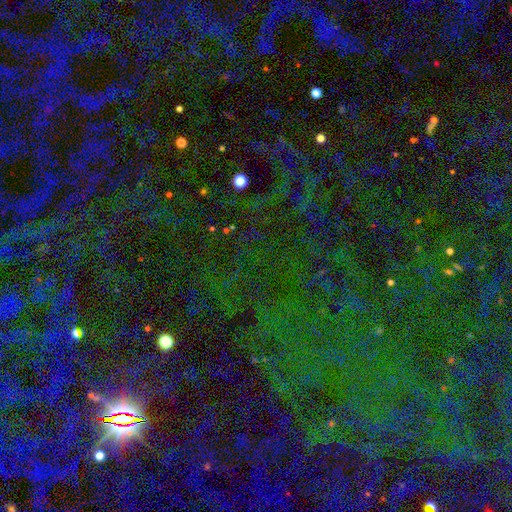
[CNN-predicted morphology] Smooth or featured? Predicted: star or artifact (p=0.75).